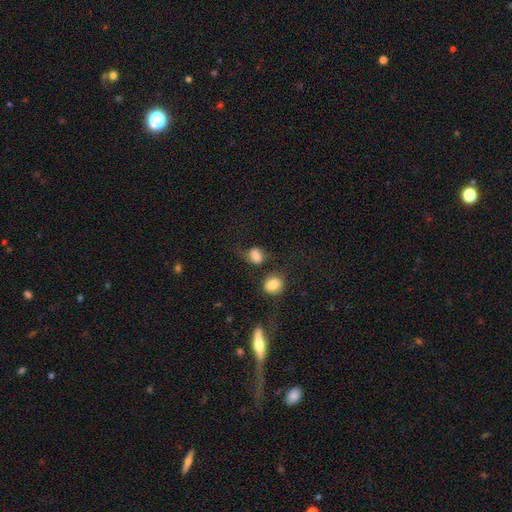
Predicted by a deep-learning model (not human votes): This is likely a smooth galaxy (75%). How rounded: likely in between (61%). Merging: marginally none (41%).